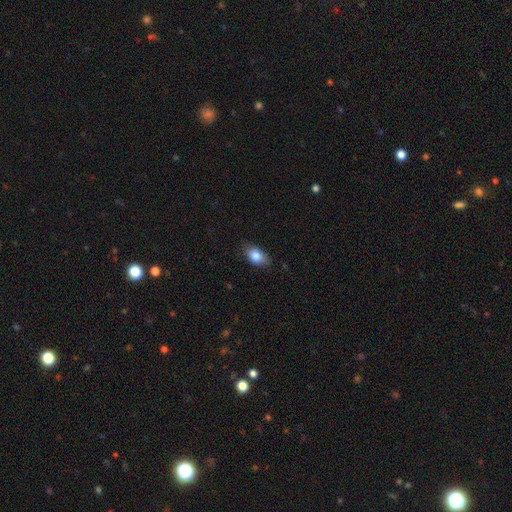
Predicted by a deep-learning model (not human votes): Morphology: type=smooth (84%); roundness=in between (86%); merging=none (76%).